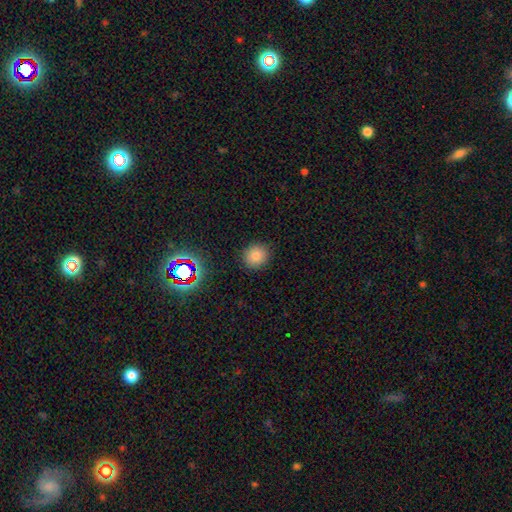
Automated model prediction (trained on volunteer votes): smooth 80%, star or artifact 14%, featured or disk 6%. Down the decision tree: how rounded — round (87%); merging — none (90%).